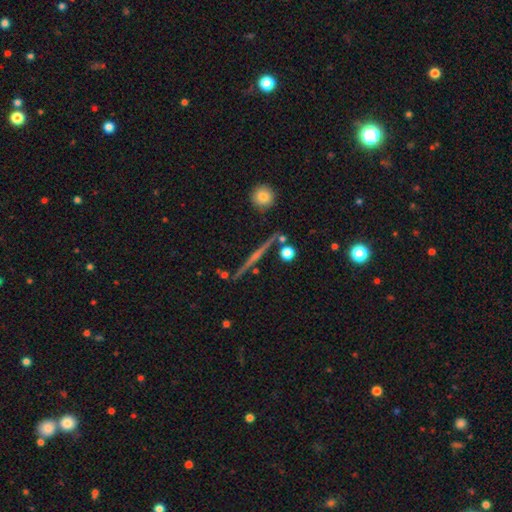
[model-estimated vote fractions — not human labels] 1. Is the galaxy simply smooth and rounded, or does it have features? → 77% featured or disk, 14% smooth, 9% star or artifact.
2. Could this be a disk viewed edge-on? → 98% yes, 2% no.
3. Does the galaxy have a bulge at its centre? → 48% rounded, 41% none, 10% boxy.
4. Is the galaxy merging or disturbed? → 90% none, 6% minor disturbance, 3% merger, 2% major disturbance.